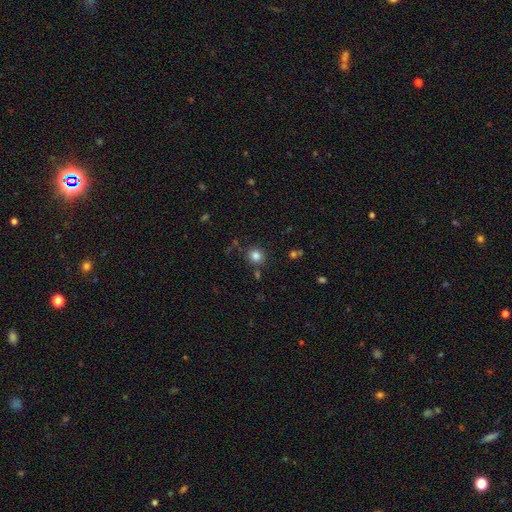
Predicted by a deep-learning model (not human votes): smooth 83%, star or artifact 12%, featured or disk 5%. Down the decision tree: how rounded — round (86%); merging — none (82%).